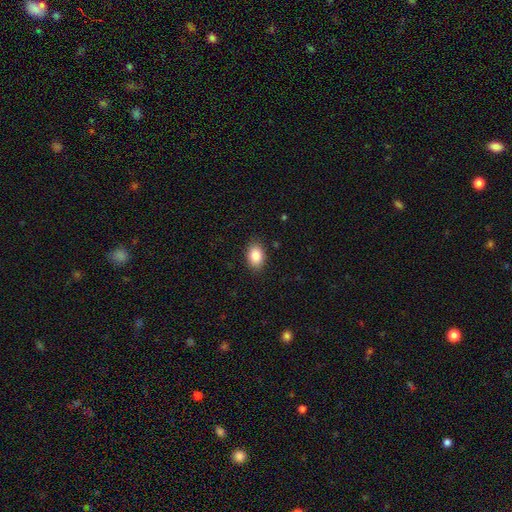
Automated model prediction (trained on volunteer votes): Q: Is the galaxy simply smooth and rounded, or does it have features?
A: smooth — 86%.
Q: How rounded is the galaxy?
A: in between — 81%.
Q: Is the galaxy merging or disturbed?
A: none — 87%.